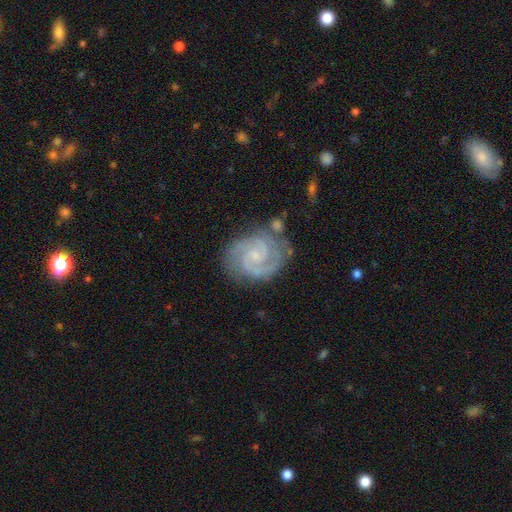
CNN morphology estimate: Q: Smooth or featured?
A: featured or disk (92%); runner-up: star or artifact (5%)
Q: Edge-on disk?
A: no (98%); runner-up: yes (2%)
Q: Bar?
A: no (56%); runner-up: weak (37%)
Q: Spiral arms?
A: yes (99%); runner-up: no (1%)
Q: Spiral winding?
A: tight (60%); runner-up: medium (36%)
Q: Spiral arm count?
A: 2 (85%); runner-up: 3 (8%)
Q: Bulge size?
A: small (72%); runner-up: moderate (14%)
Q: Merging?
A: none (76%); runner-up: minor disturbance (16%)